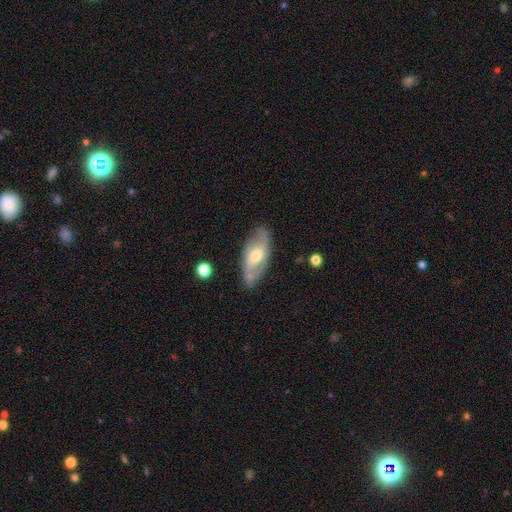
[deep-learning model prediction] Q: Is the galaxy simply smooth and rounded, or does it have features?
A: featured or disk — 63%.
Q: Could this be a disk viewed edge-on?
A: no — 87%.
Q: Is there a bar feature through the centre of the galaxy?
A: no — 45%.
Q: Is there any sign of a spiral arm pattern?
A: yes — 74%.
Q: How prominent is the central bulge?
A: moderate — 60%.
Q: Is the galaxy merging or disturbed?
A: none — 71%.